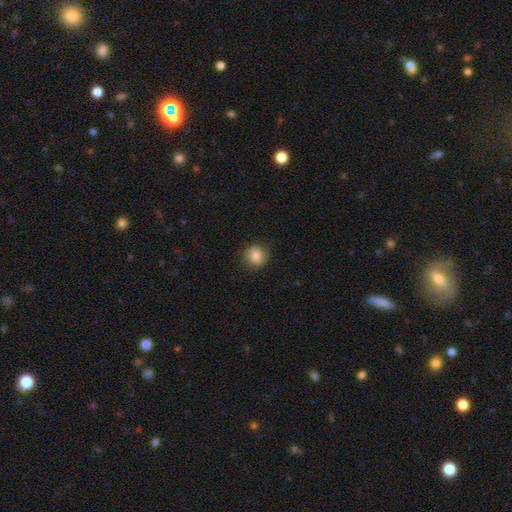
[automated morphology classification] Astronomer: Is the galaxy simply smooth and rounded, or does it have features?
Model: smooth — 71%.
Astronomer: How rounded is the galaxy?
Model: round — 80%.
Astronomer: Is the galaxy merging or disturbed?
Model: none — 76%.